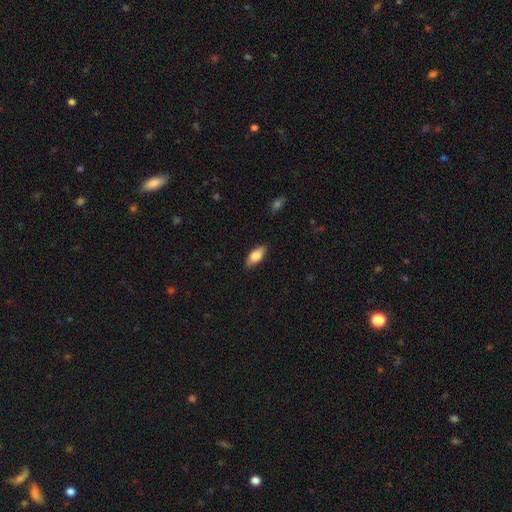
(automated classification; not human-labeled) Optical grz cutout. It shows a smooth galaxy with no disk features (78%) that is in between round and cigar-shaped (84%). Merging: none (86%).